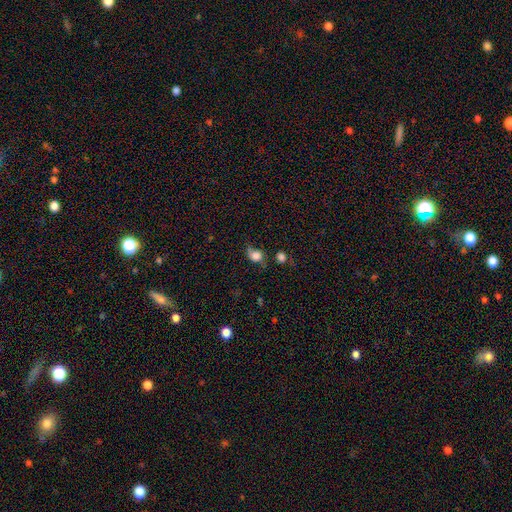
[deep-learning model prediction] The model was most divided on "merging": none: 42%, minor disturbance: 30%, major disturbance: 20%, merger: 8%. More confident: smooth or featured — smooth (70%); how rounded — round (58%).